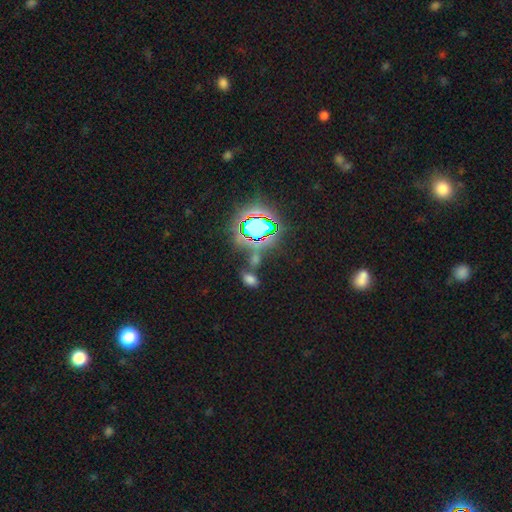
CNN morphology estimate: smooth-or-featured: star or artifact: 63% | smooth: 27% | featured or disk: 10%